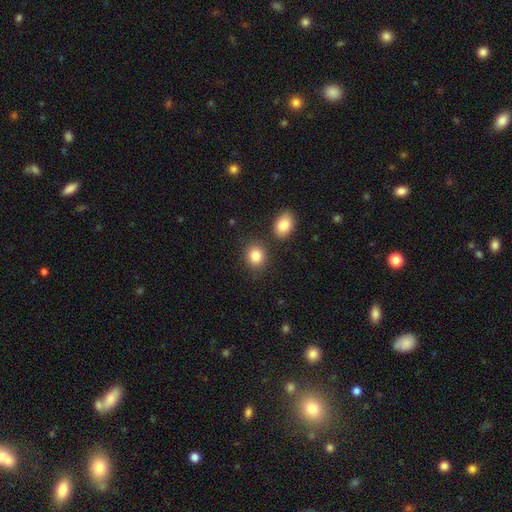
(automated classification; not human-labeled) Q: Smooth or featured?
A: smooth (85%); runner-up: star or artifact (9%)
Q: How rounded?
A: round (67%); runner-up: in between (32%)
Q: Merging?
A: none (77%); runner-up: merger (10%)